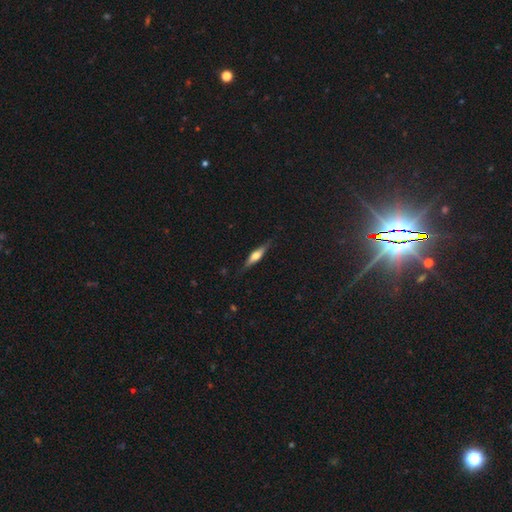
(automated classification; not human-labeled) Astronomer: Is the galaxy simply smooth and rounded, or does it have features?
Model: featured or disk — 57% (runner-up: smooth, 37%).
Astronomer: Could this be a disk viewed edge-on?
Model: yes — 95%.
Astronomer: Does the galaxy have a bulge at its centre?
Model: rounded — 88%.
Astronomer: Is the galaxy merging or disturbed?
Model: none — 84%.